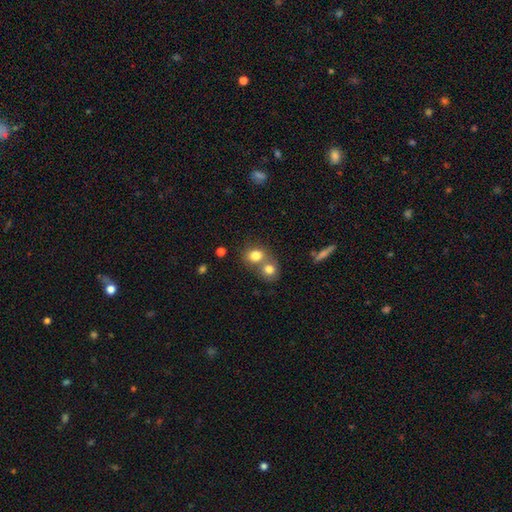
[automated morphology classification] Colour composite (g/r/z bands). It shows a smooth galaxy with no disk features (79%) that is round (64%). Merging: merger (52%).